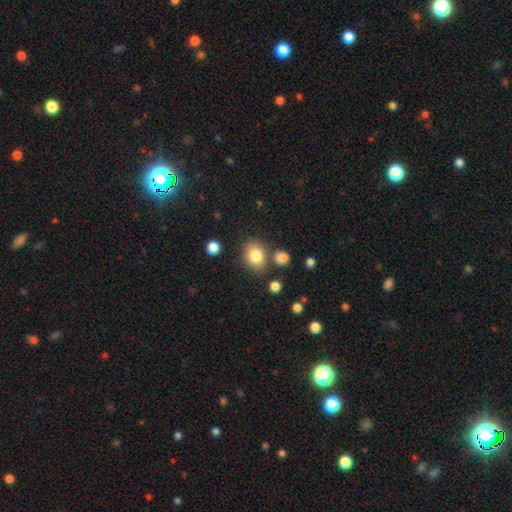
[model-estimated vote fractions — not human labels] smooth-or-featured: smooth: 82% | star or artifact: 10% | featured or disk: 8%
  how-rounded: round: 55% | in between: 44% | cigar-shaped: 1%
  merging: none: 75% | minor disturbance: 12% | merger: 9% | major disturbance: 4%